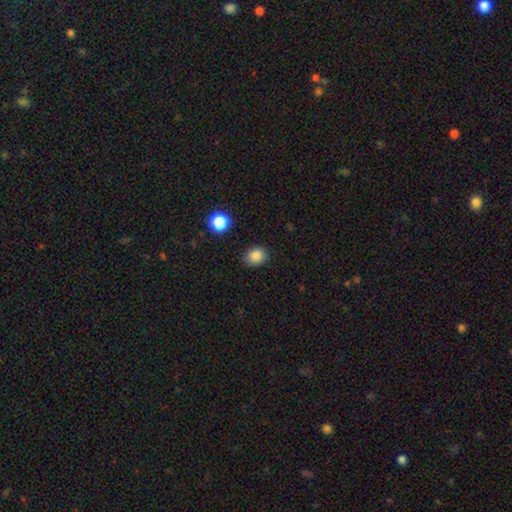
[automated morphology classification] Smooth or featured?
  - smooth: 85% *
  - star or artifact: 11%
  - featured or disk: 4%
How rounded?
  - round: 56% *
  - in between: 43%
  - cigar-shaped: 1%
Merging?
  - none: 84% *
  - minor disturbance: 12%
  - major disturbance: 3%
  - merger: 2%